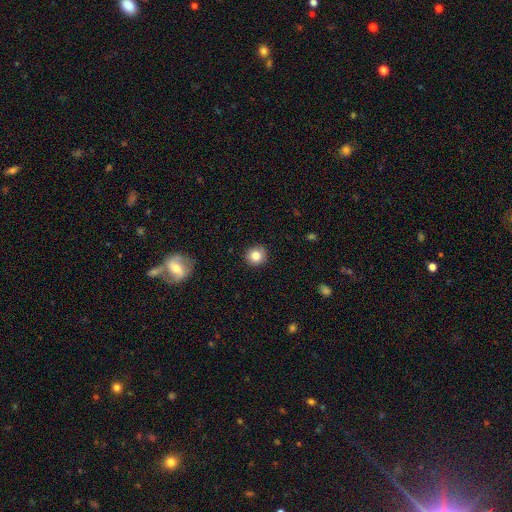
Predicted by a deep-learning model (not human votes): smooth-or-featured: smooth: 83% | star or artifact: 10% | featured or disk: 7%
  how-rounded: round: 92% | in between: 7% | cigar-shaped: 1%
  merging: none: 91% | minor disturbance: 7% | major disturbance: 2% | merger: 1%